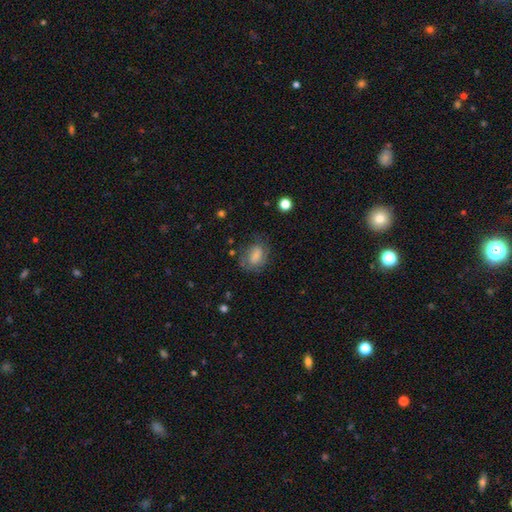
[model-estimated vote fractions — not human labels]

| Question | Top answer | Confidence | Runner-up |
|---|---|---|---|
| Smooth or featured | smooth | 63% | featured or disk (28%) |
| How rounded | in between | 76% | round (22%) |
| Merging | none | 62% | minor disturbance (23%) |